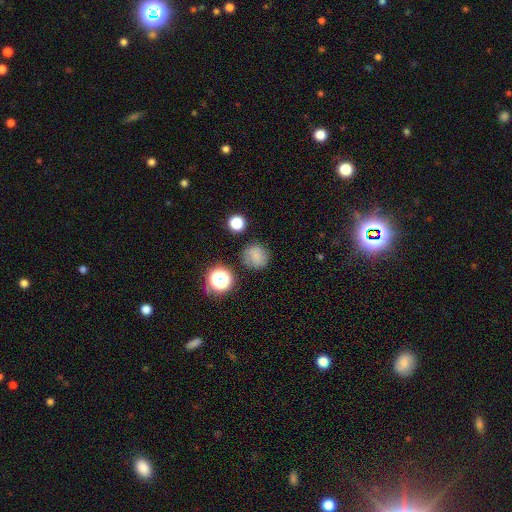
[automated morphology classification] Smooth or featured?
  - smooth: 76% *
  - star or artifact: 16%
  - featured or disk: 8%
How rounded?
  - round: 91% *
  - in between: 8%
  - cigar-shaped: 1%
Merging?
  - none: 79% *
  - minor disturbance: 13%
  - major disturbance: 4%
  - merger: 4%